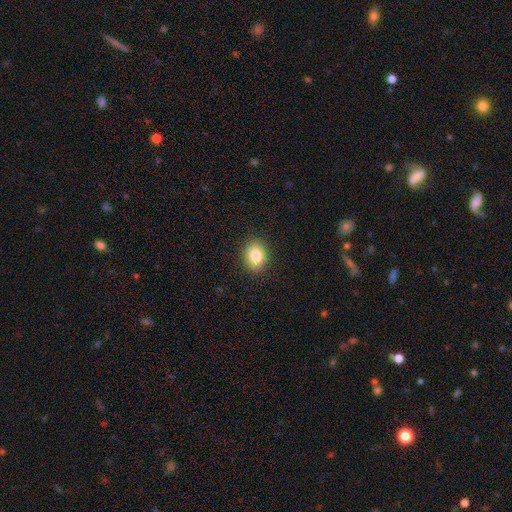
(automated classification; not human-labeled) Q: Smooth or featured?
A: smooth (82%); runner-up: star or artifact (9%)
Q: How rounded?
A: in between (58%); runner-up: round (41%)
Q: Merging?
A: none (89%); runner-up: minor disturbance (8%)